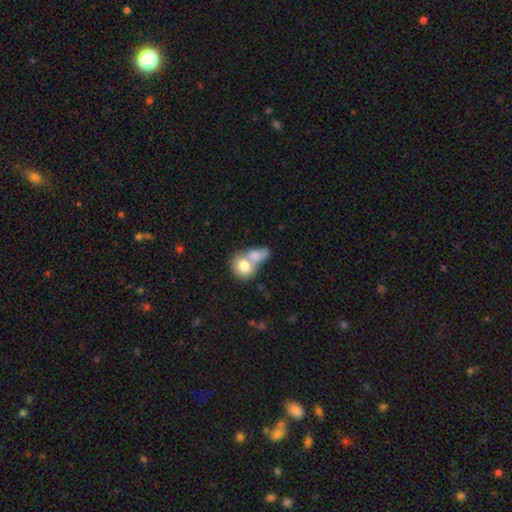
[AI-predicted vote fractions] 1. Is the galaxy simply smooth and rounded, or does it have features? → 77% smooth, 16% featured or disk, 7% star or artifact.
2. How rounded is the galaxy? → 60% in between, 37% round, 3% cigar-shaped.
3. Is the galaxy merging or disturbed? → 70% merger, 18% none, 7% minor disturbance, 5% major disturbance.